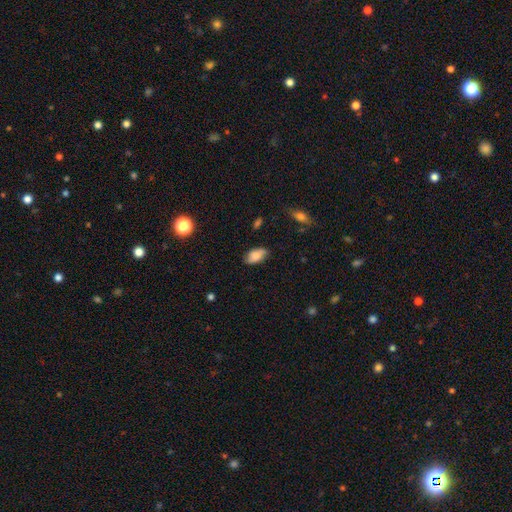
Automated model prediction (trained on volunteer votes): smooth_or_featured: smooth (p=0.81) [alt: featured or disk p=0.11]
how_rounded: in between (p=0.92) [alt: round p=0.04]
merging: none (p=0.78) [alt: minor disturbance p=0.17]